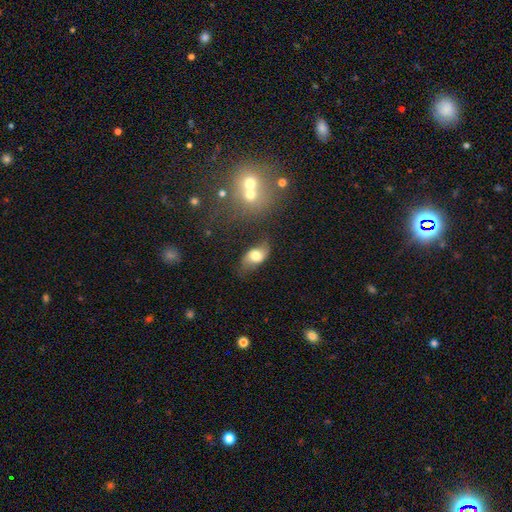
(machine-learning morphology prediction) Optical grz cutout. It shows a smooth galaxy with no disk features (63%) that is in between round and cigar-shaped (87%). Merging: none (62%).